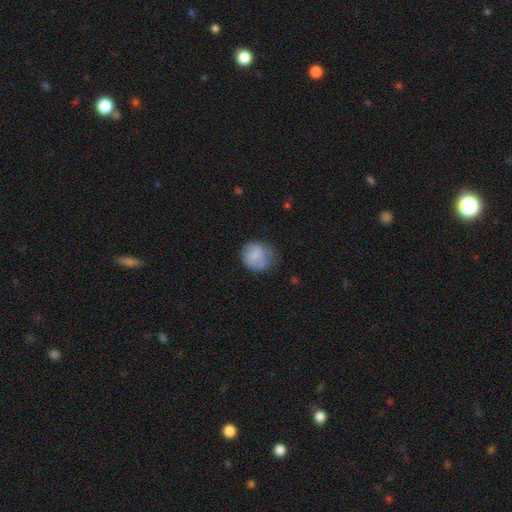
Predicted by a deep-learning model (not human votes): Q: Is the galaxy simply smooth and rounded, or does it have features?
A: smooth — 76%.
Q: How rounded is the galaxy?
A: round — 76%.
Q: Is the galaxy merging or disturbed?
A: none — 52%.